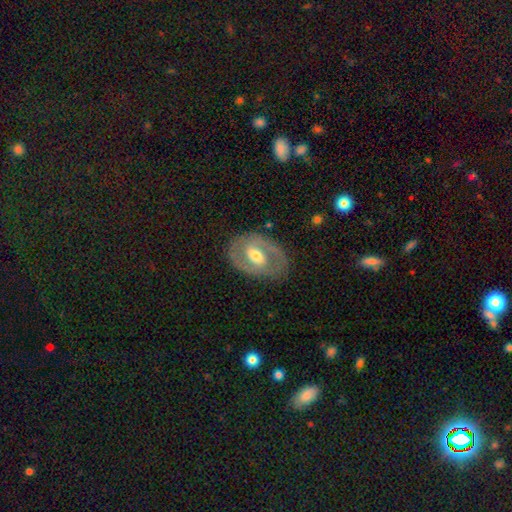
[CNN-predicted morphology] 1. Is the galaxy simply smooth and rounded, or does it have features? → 72% featured or disk, 23% smooth, 5% star or artifact.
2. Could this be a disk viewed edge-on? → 94% no, 6% yes.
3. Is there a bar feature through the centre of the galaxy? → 44% weak, 28% strong, 27% no.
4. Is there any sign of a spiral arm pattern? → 61% yes, 39% no.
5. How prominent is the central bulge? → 66% moderate, 22% small, 10% large, 1% none, 1% dominant.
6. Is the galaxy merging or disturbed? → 80% none, 13% minor disturbance, 6% major disturbance, 1% merger.